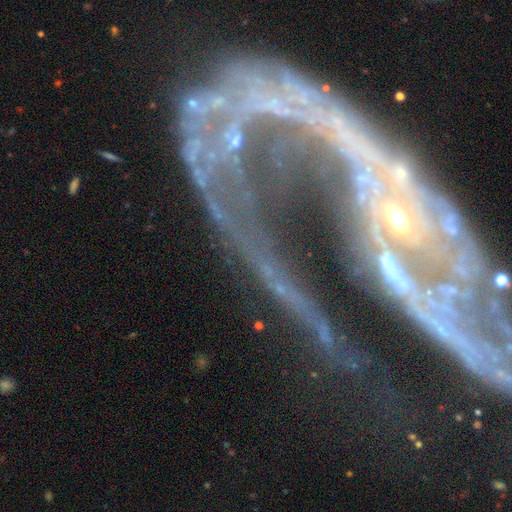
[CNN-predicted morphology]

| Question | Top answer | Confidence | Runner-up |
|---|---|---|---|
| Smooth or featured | featured or disk | 77% | star or artifact (15%) |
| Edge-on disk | no | 92% | yes (8%) |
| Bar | no | 57% | weak (22%) |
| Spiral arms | yes | 71% | no (29%) |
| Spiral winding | loose | 49% | medium (29%) |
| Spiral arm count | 2 | 49% | can't tell (17%) |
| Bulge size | small | 64% | moderate (18%) |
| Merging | major disturbance | 39% | none (32%) |